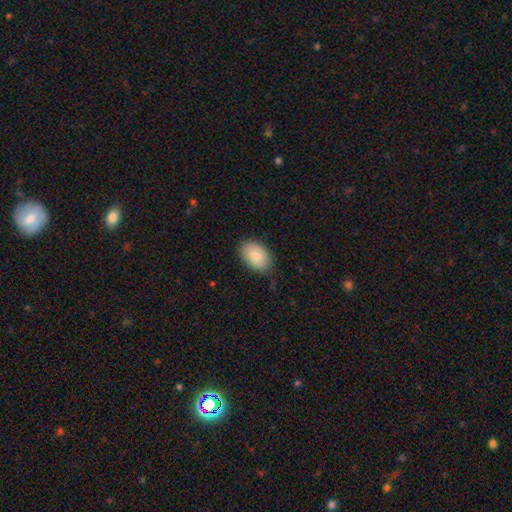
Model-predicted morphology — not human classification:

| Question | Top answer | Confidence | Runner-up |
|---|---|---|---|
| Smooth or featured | smooth | 86% | featured or disk (8%) |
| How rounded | in between | 90% | round (9%) |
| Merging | none | 78% | minor disturbance (17%) |